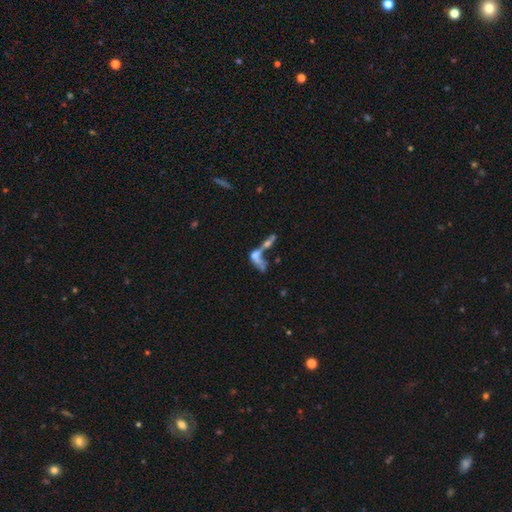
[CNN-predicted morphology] Q: Smooth or featured?
A: featured or disk (44%); runner-up: smooth (41%)
Q: Merging?
A: merger (59%); runner-up: major disturbance (21%)